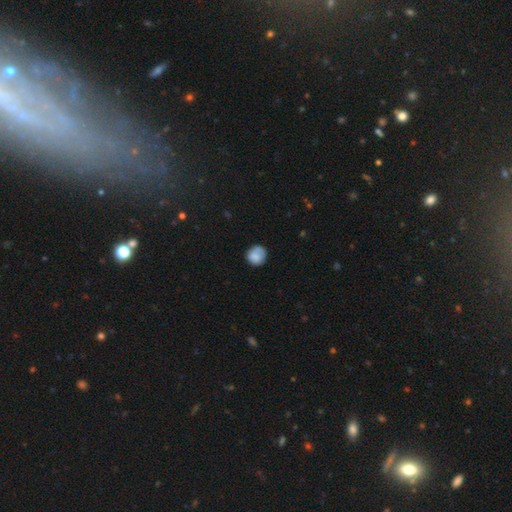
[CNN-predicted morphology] smooth-or-featured: smooth: 79% | featured or disk: 13% | star or artifact: 8%
  how-rounded: round: 86% | in between: 13% | cigar-shaped: 1%
  merging: none: 67% | minor disturbance: 23% | major disturbance: 7% | merger: 3%